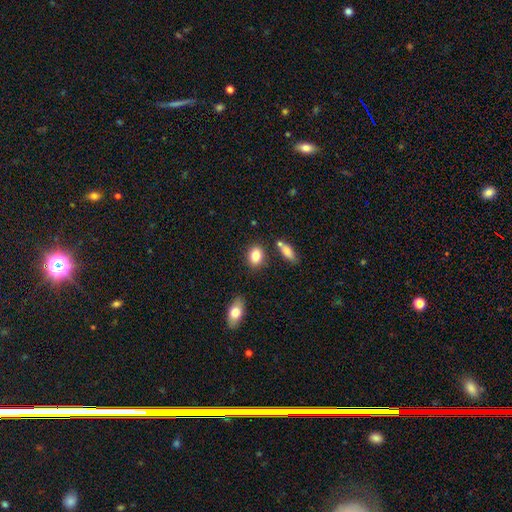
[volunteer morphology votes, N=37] A smooth galaxy with no disk features (84%) that is in between round and cigar-shaped (68%). Merging: none (63%).